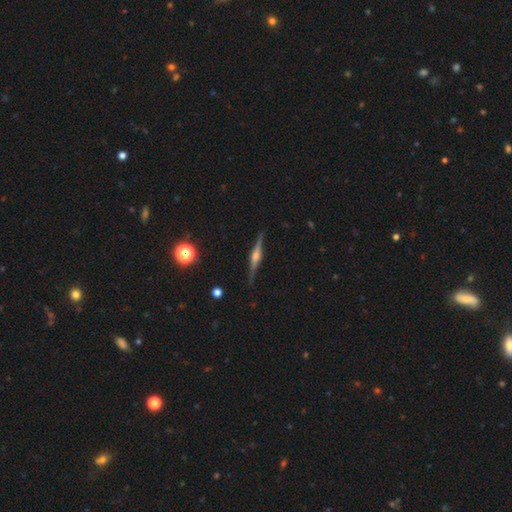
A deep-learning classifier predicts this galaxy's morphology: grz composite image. It shows a featured or disk galaxy (80%) viewed edge-on (98%) with a rounded central bulge (80%). Merging: none (89%).